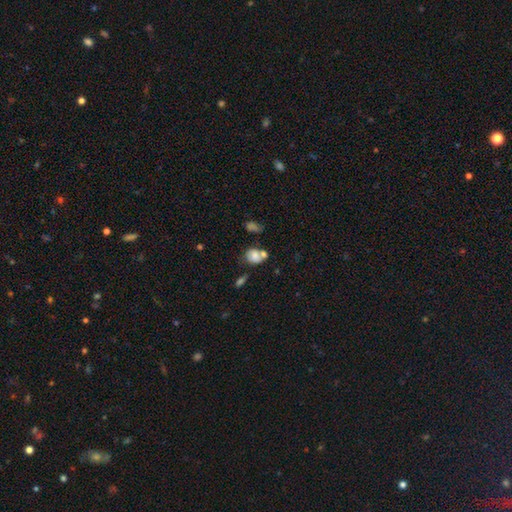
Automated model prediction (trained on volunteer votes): Q: Smooth or featured?
A: smooth (73%); runner-up: featured or disk (16%)
Q: How rounded?
A: round (50%); runner-up: in between (49%)
Q: Merging?
A: none (39%); runner-up: merger (34%)